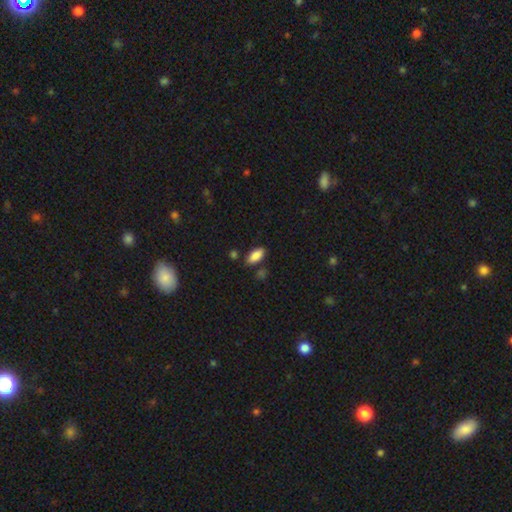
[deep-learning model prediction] A smooth galaxy with no disk features (88%) that is in between round and cigar-shaped (90%). Merging: none (77%).